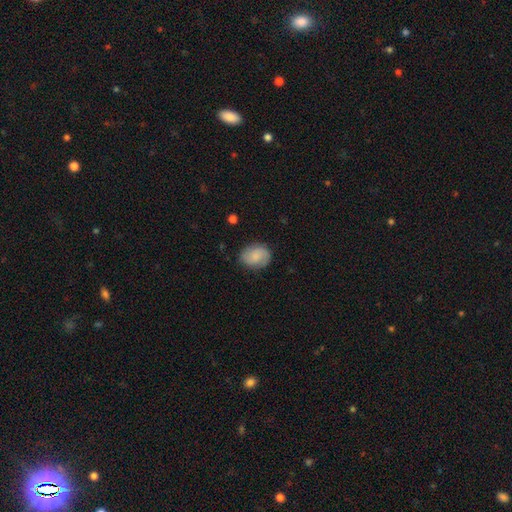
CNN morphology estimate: Overall: smooth (60%; featured or disk 32%). How rounded: in between (52%; round 47%). Merging: none (78%).